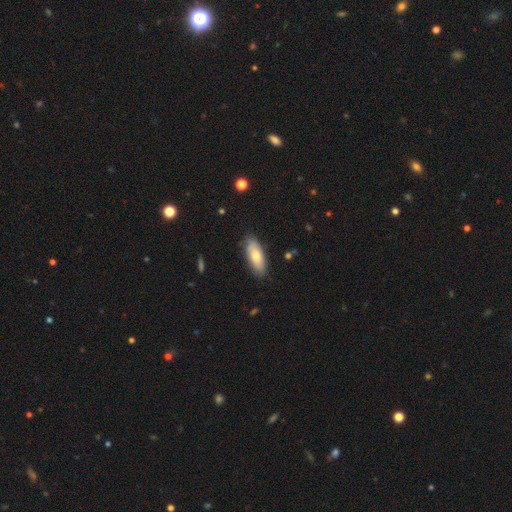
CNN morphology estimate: Smooth or featured: smooth — 69% (featured or disk — 25%)
How rounded: in between — 79% (cigar-shaped — 19%)
Merging: none — 83% (minor disturbance — 13%)